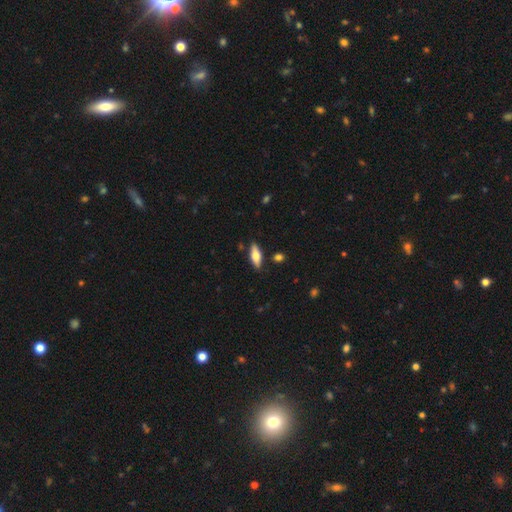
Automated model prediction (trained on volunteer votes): Morphology: type=smooth (61%); roundness=in between (67%); merging=none (84%).